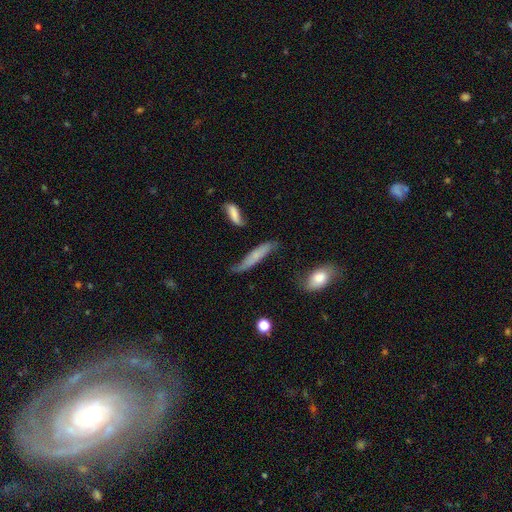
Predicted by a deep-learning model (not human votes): Smooth or featured?
  - smooth: 51% *
  - featured or disk: 39%
  - star or artifact: 9%
How rounded?
  - cigar-shaped: 80% *
  - in between: 17%
  - round: 3%
Merging?
  - none: 52% *
  - minor disturbance: 30%
  - major disturbance: 13%
  - merger: 5%